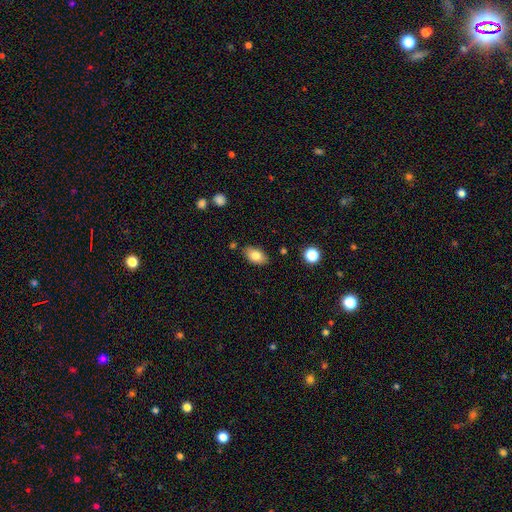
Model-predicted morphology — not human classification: Smooth or featured?
  - smooth: 79% *
  - featured or disk: 13%
  - star or artifact: 8%
How rounded?
  - in between: 91% *
  - round: 7%
  - cigar-shaped: 2%
Merging?
  - none: 81% *
  - minor disturbance: 13%
  - merger: 3%
  - major disturbance: 2%